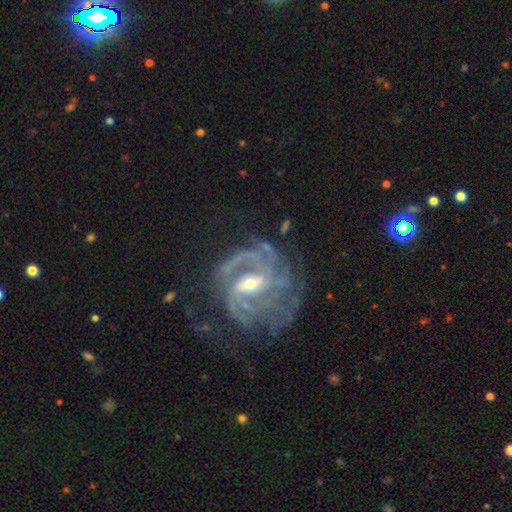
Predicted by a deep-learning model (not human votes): A featured or disk galaxy (89%) with a weak bar (46%), 2 (28%) tight (44%) spiral arms (95%) and a small central bulge (59%).

Vote fractions:
- Smooth or featured? featured or disk: 89% / star or artifact: 7% / smooth: 5%
- Edge-on disk? no: 97% / yes: 3%
- Bar? weak: 46% / strong: 31% / no: 23%
- Spiral arms? yes: 95% / no: 5%
- Spiral winding? tight: 44% / medium: 42% / loose: 14%
- Spiral arm count? 2: 28% / can't tell: 26% / 3: 21% / 4: 11% / 1: 7% / more than 4: 6%
- Bulge size? small: 59% / moderate: 36% / large: 2% / none: 1% / dominant: 1%
- Merging? none: 51% / major disturbance: 26% / minor disturbance: 20% / merger: 3%